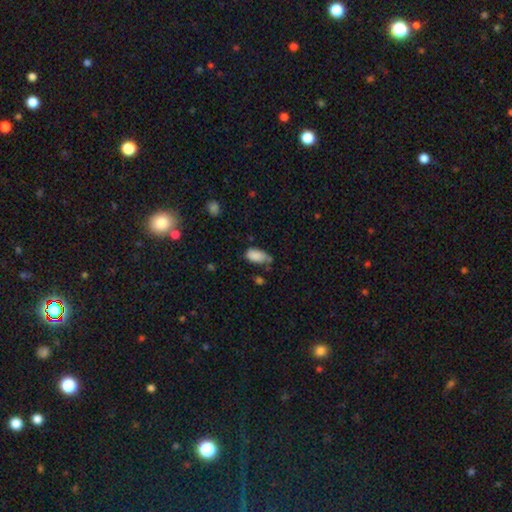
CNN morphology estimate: A smooth galaxy with no disk features (85%) that is in between round and cigar-shaped (93%).

Vote fractions:
- Smooth or featured? smooth: 85% / star or artifact: 8% / featured or disk: 7%
- How rounded? in between: 93% / round: 4% / cigar-shaped: 3%
- Merging? none: 42% / minor disturbance: 38% / major disturbance: 13% / merger: 7%